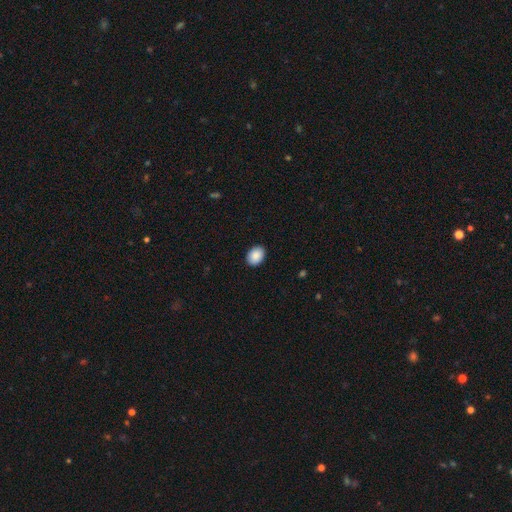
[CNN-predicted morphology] Smooth or featured: smooth — 89% (star or artifact — 7%)
How rounded: in between — 70% (round — 29%)
Merging: none — 90% (minor disturbance — 7%)